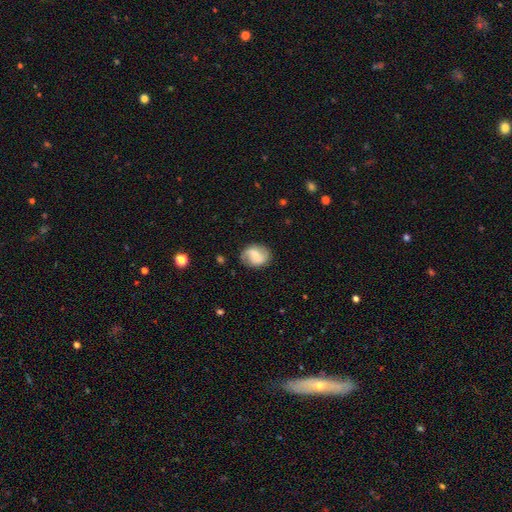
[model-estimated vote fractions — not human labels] A featured or disk galaxy (56%) with a weak bar (49%), spiral arms (84%) and a small central bulge (50%). Merging: none (78%).